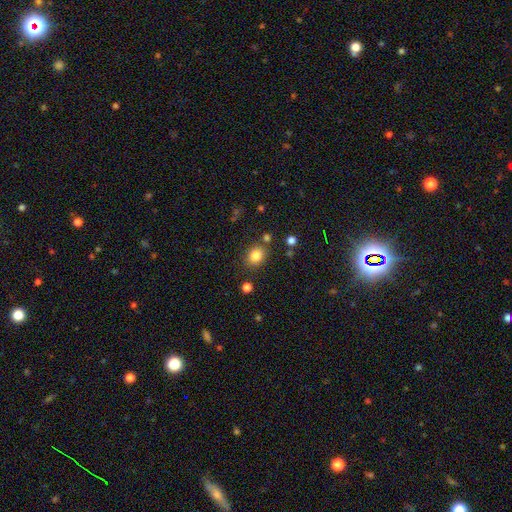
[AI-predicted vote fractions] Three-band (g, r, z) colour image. It shows a smooth galaxy with no disk features (83%) that is round (57%). Merging: none (81%).